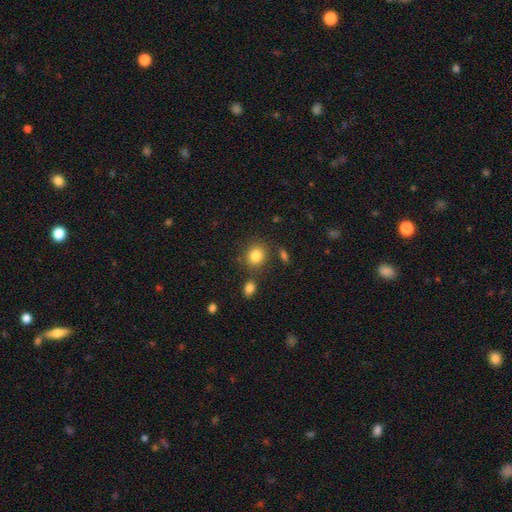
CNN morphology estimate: type=smooth (84%); roundness=round (69%); merging=none (78%).